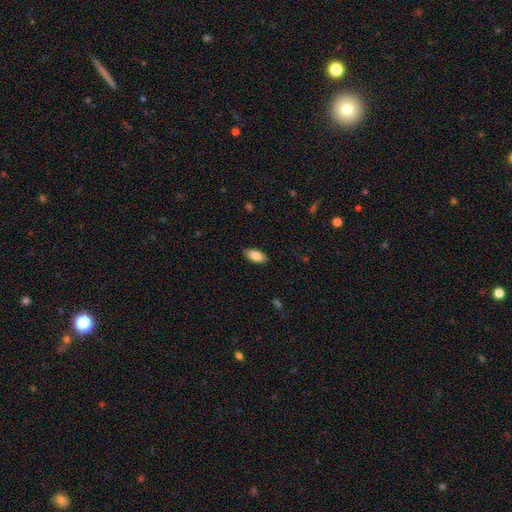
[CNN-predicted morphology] Smooth or featured? smooth (87%)
How rounded? in between (92%)
Merging? none (86%)